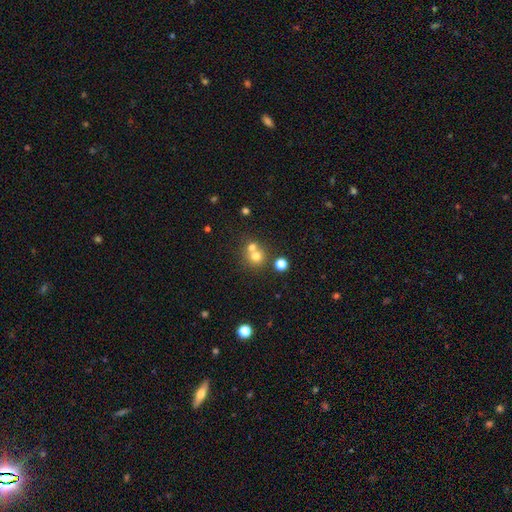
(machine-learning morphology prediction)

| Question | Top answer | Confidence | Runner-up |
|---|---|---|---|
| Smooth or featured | smooth | 69% | star or artifact (16%) |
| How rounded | round | 87% | in between (12%) |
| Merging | none | 46% | merger (45%) |